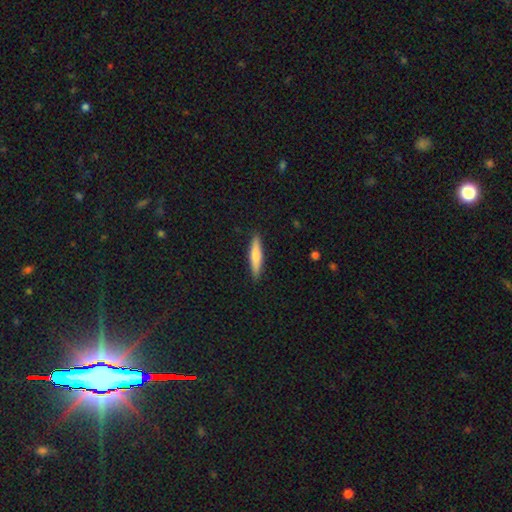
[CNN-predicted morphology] smooth_or_featured: smooth (p=0.74) [alt: featured or disk p=0.21]
how_rounded: cigar-shaped (p=0.86) [alt: in between p=0.13]
merging: none (p=0.90) [alt: minor disturbance p=0.08]